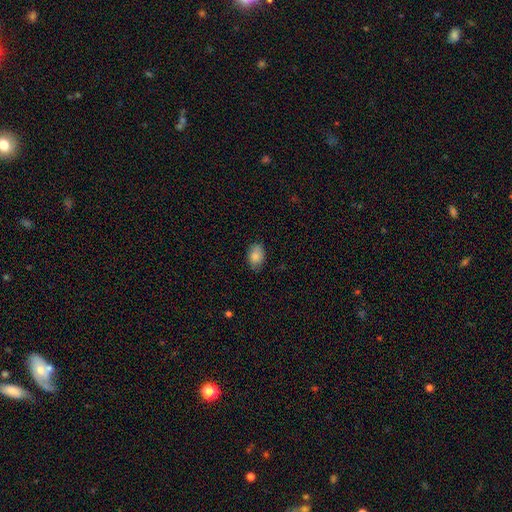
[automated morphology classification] smooth-or-featured: smooth: 85% | star or artifact: 8% | featured or disk: 7%
  how-rounded: in between: 84% | round: 15% | cigar-shaped: 1%
  merging: none: 79% | minor disturbance: 17% | major disturbance: 3% | merger: 1%